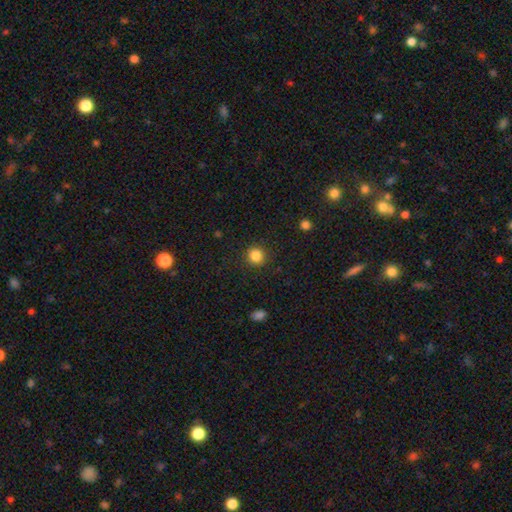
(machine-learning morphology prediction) smooth-or-featured: smooth: 85% | star or artifact: 11% | featured or disk: 4%
  how-rounded: round: 91% | in between: 9% | cigar-shaped: 1%
  merging: none: 91% | minor disturbance: 6% | major disturbance: 2% | merger: 1%